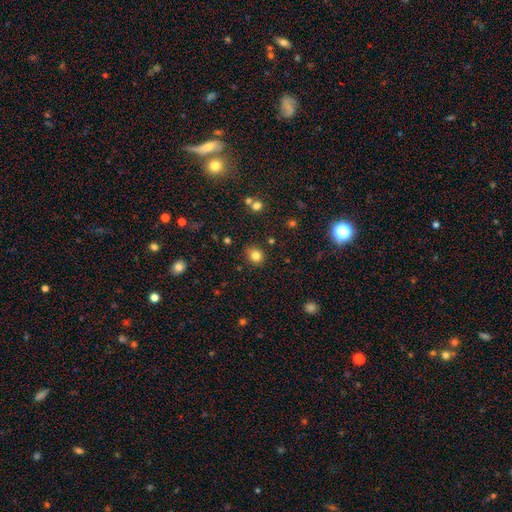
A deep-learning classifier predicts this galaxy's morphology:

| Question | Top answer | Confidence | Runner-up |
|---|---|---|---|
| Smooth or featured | smooth | 81% | star or artifact (12%) |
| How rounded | round | 76% | in between (23%) |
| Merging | none | 86% | minor disturbance (9%) |